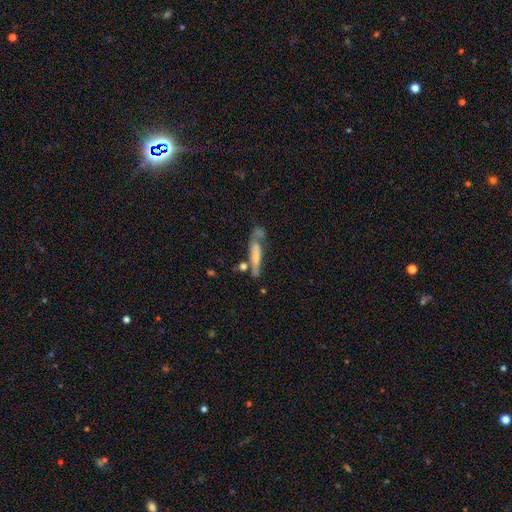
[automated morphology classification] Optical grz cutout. It shows a smooth galaxy with no disk features (58%) that is cigar-shaped (84%). Merging: none (44%).